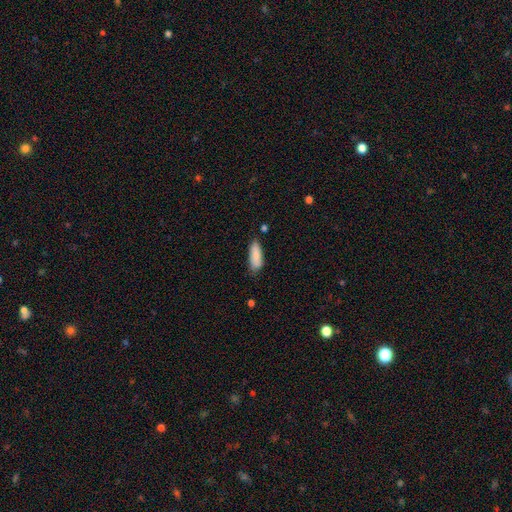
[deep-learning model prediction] This is clearly a smooth galaxy (84%). How rounded: likely in between (67%). Merging: likely none (69%).